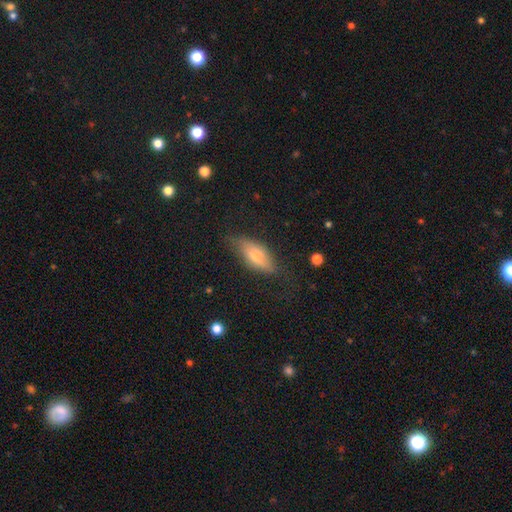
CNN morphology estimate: Smooth or featured? smooth (59%)
How rounded? in between (72%)
Merging? none (69%)